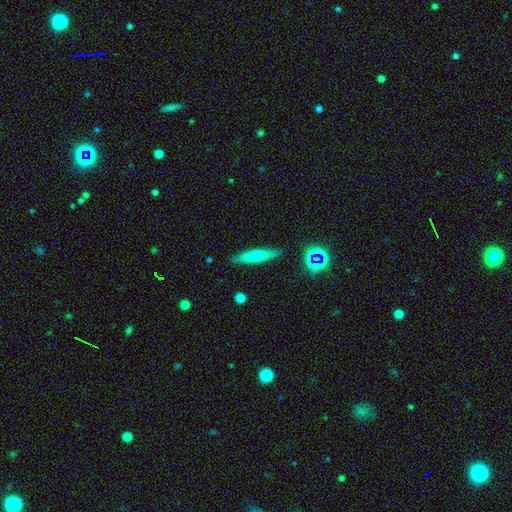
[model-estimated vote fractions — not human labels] smooth-or-featured: smooth: 71% | featured or disk: 21% | star or artifact: 9%
  how-rounded: cigar-shaped: 85% | in between: 13% | round: 2%
  merging: none: 86% | minor disturbance: 10% | major disturbance: 2% | merger: 2%